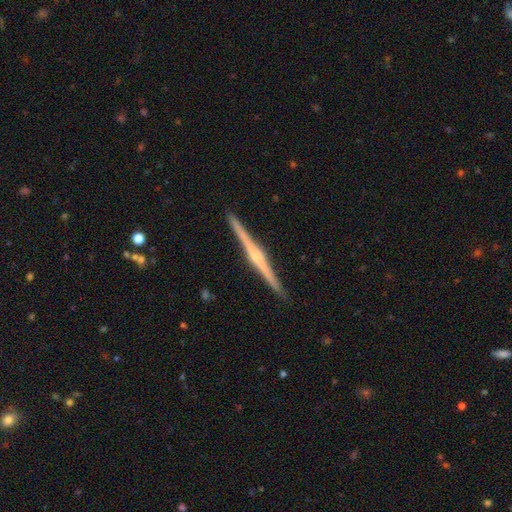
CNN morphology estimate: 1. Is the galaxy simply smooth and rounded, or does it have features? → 84% featured or disk, 11% smooth, 5% star or artifact.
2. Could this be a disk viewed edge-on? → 99% yes, 1% no.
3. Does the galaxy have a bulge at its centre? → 78% rounded, 11% none, 11% boxy.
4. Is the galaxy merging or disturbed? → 92% none, 5% minor disturbance, 1% major disturbance, 1% merger.